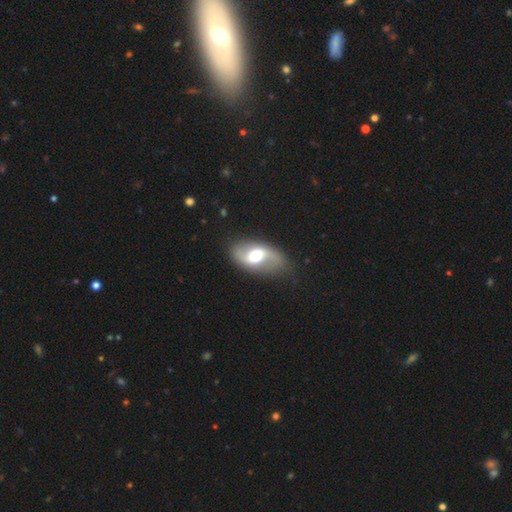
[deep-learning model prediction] Smooth or featured?
  - featured or disk: 69% *
  - smooth: 25%
  - star or artifact: 6%
Edge-on disk?
  - no: 94% *
  - yes: 6%
Bar?
  - weak: 42% *
  - no: 34%
  - strong: 24%
Spiral arms?
  - yes: 80% *
  - no: 20%
Spiral winding?
  - loose: 67% *
  - medium: 26%
  - tight: 8%
Spiral arm count?
  - 2: 90% *
  - can't tell: 4%
  - 1: 3%
  - 3: 1%
  - more than 4: 1%
  - 4: 1%
Bulge size?
  - moderate: 62% *
  - large: 28%
  - small: 5%
  - dominant: 3%
  - none: 1%
Merging?
  - none: 78% *
  - minor disturbance: 14%
  - major disturbance: 6%
  - merger: 1%